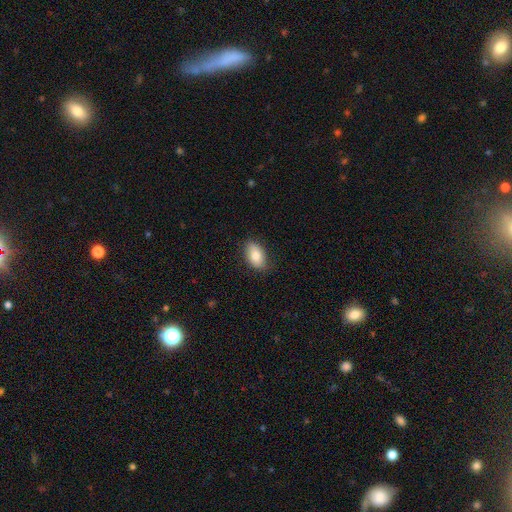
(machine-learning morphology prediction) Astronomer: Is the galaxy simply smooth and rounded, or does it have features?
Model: smooth — 81%.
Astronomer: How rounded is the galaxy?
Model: in between — 90%.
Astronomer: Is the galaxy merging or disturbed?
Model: none — 84%.